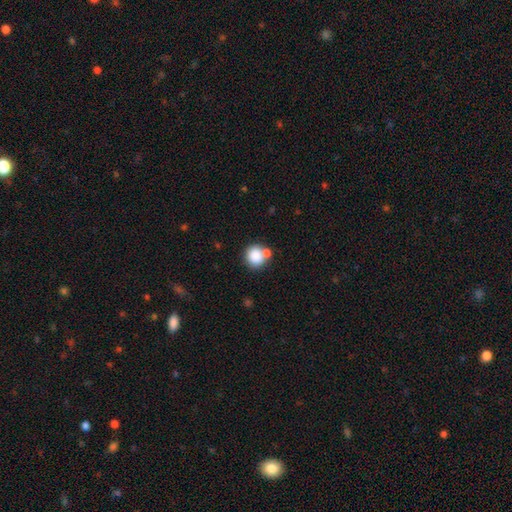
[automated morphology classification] Smooth or featured? Predicted: smooth (p=0.84). How rounded? Predicted: round (p=0.87). Merging? Predicted: none (p=0.63).